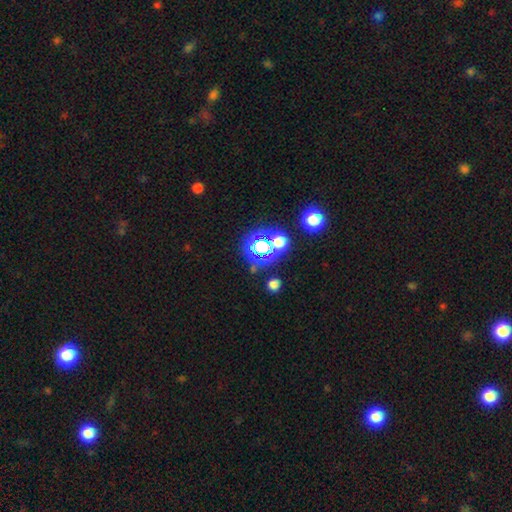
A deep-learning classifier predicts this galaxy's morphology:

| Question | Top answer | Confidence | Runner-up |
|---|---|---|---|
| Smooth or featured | star or artifact | 58% | smooth (30%) |